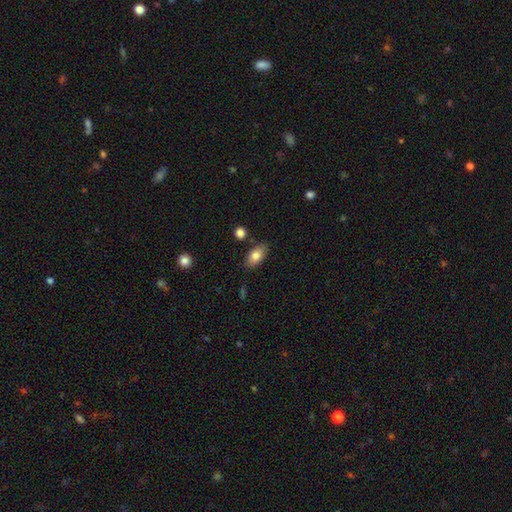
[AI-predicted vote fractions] A smooth galaxy with no disk features (80%) that is in between round and cigar-shaped (90%). Merging: none (80%).